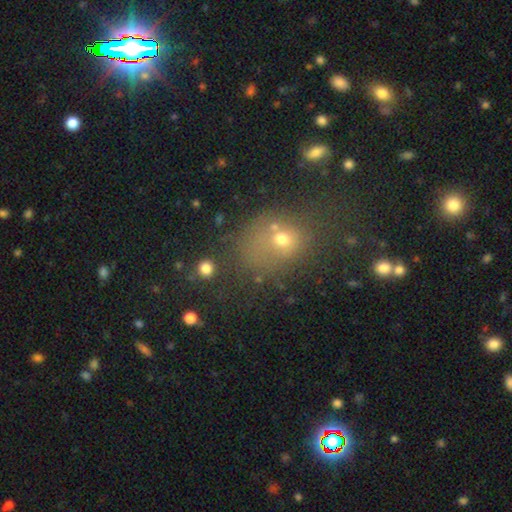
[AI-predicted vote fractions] Morphology: type=smooth (51%); roundness=round (60%); merging=none (53%).